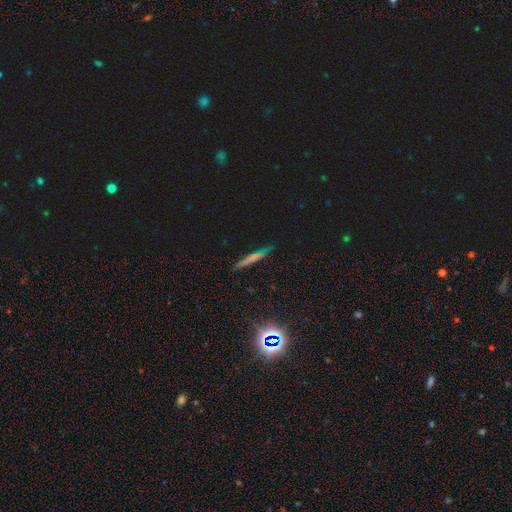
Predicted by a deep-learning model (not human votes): A smooth galaxy with no disk features (41%). Merging: none (85%).